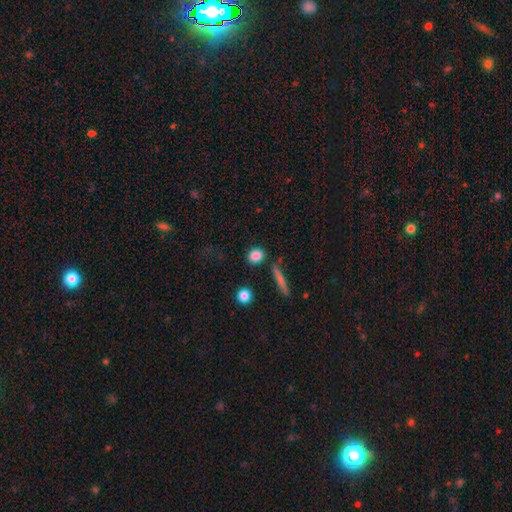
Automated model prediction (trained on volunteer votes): smooth_or_featured: smooth (p=0.86) [alt: star or artifact p=0.09]
how_rounded: round (p=0.58) [alt: in between p=0.36]
merging: none (p=0.82) [alt: minor disturbance p=0.10]